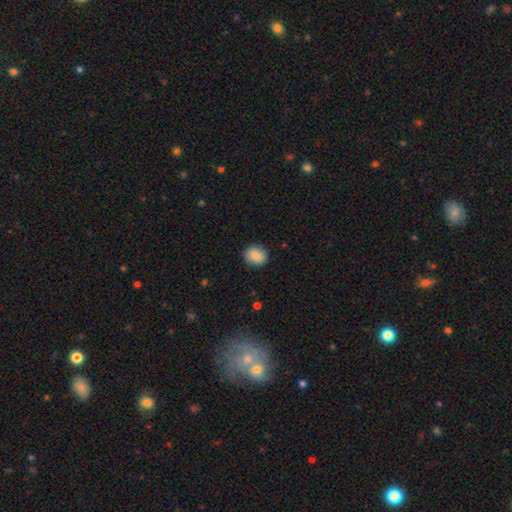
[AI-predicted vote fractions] Overall: smooth (87%). How rounded: round (70%). Merging: none (86%).